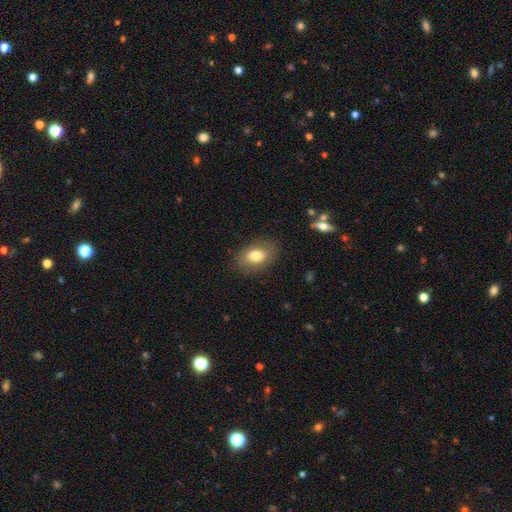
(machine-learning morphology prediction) Smooth or featured? Predicted: smooth (p=0.76). How rounded? Predicted: in between (p=0.84). Merging? Predicted: none (p=0.83).